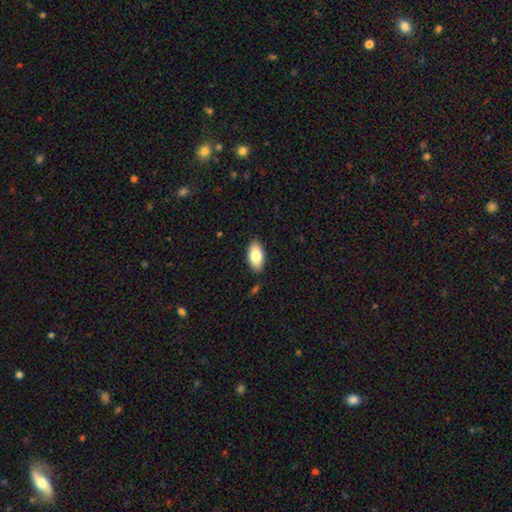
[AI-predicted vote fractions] A smooth galaxy with no disk features (82%) that is in between round and cigar-shaped (94%).

Vote fractions:
- Smooth or featured? smooth: 82% / featured or disk: 12% / star or artifact: 7%
- How rounded? in between: 94% / cigar-shaped: 3% / round: 3%
- Merging? none: 87% / minor disturbance: 9% / major disturbance: 2% / merger: 2%